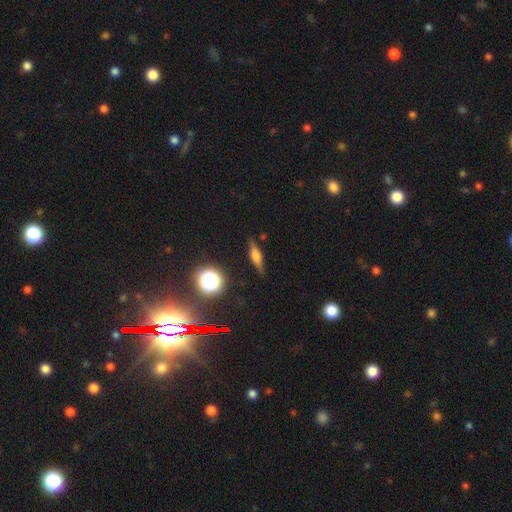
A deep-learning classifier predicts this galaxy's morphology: Smooth or featured? Predicted: featured or disk (p=0.49). Merging? Predicted: none (p=0.81).